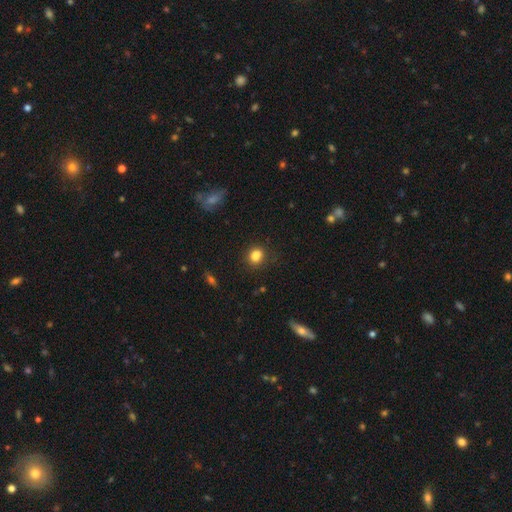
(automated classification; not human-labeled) smooth-or-featured: smooth: 83% | star or artifact: 11% | featured or disk: 6%
  how-rounded: round: 58% | in between: 41% | cigar-shaped: 1%
  merging: none: 73% | minor disturbance: 16% | merger: 6% | major disturbance: 5%